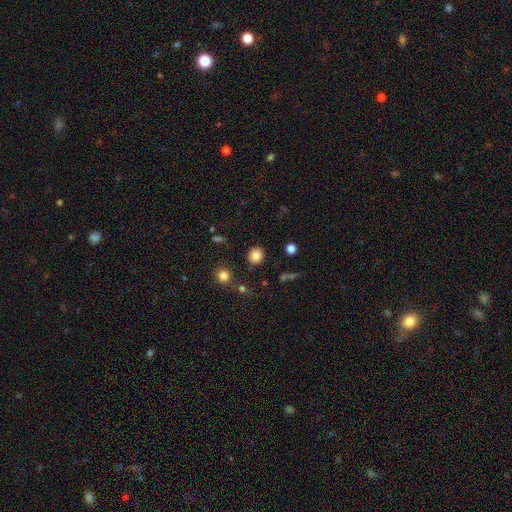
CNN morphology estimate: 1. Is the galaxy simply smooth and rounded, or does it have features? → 83% smooth, 11% star or artifact, 5% featured or disk.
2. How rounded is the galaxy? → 90% round, 9% in between, 1% cigar-shaped.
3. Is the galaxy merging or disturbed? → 89% none, 6% minor disturbance, 2% major disturbance, 2% merger.